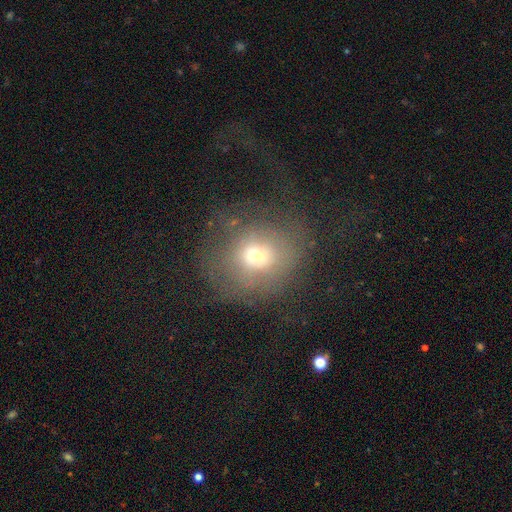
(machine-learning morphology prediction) A smooth galaxy with no disk features (59%) that is round (81%).

Vote fractions:
- Smooth or featured? smooth: 59% / featured or disk: 25% / star or artifact: 17%
- How rounded? round: 81% / in between: 18% / cigar-shaped: 1%
- Merging? none: 48% / major disturbance: 31% / minor disturbance: 19% / merger: 2%